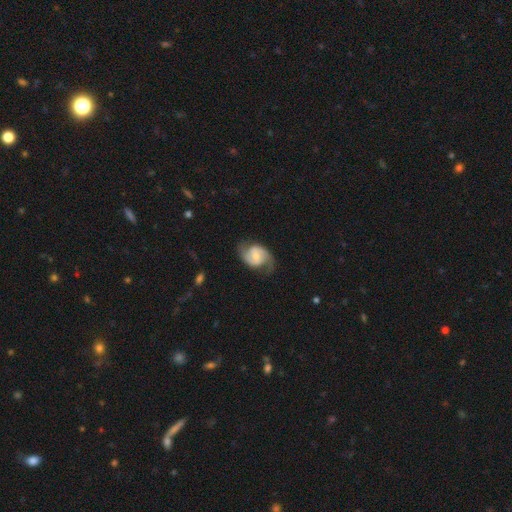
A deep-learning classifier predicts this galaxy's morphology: Smooth or featured: featured or disk — 76% (smooth — 18%)
Edge-on disk: no — 97% (yes — 3%)
Bar: weak — 46% (no — 40%)
Spiral arms: yes — 94% (no — 6%)
Spiral winding: medium — 49% (loose — 30%)
Spiral arm count: 2 — 90% (can't tell — 5%)
Bulge size: small — 48% (moderate — 39%)
Merging: none — 70% (minor disturbance — 19%)